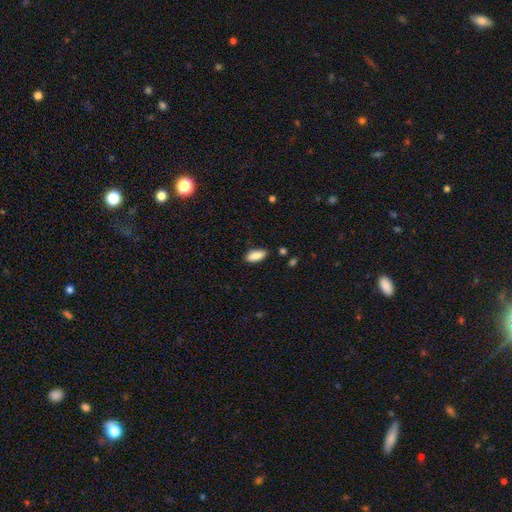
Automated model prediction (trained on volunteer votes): Overall: smooth (89%). How rounded: in between (84%). Merging: none (82%).